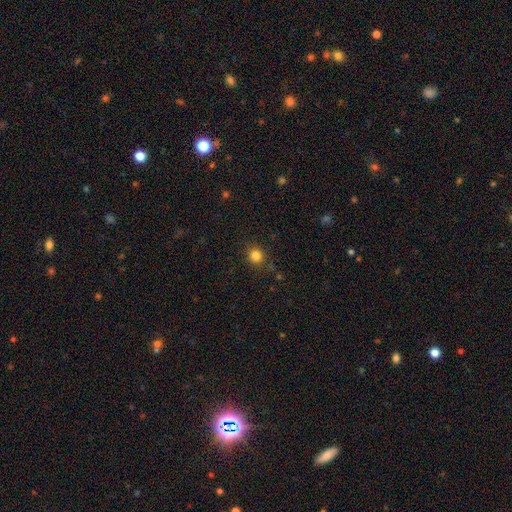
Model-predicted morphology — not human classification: A smooth galaxy with no disk features (83%) that is round (85%).

Vote fractions:
- Smooth or featured? smooth: 83% / star or artifact: 13% / featured or disk: 5%
- How rounded? round: 85% / in between: 14% / cigar-shaped: 1%
- Merging? none: 88% / minor disturbance: 8% / major disturbance: 2% / merger: 2%